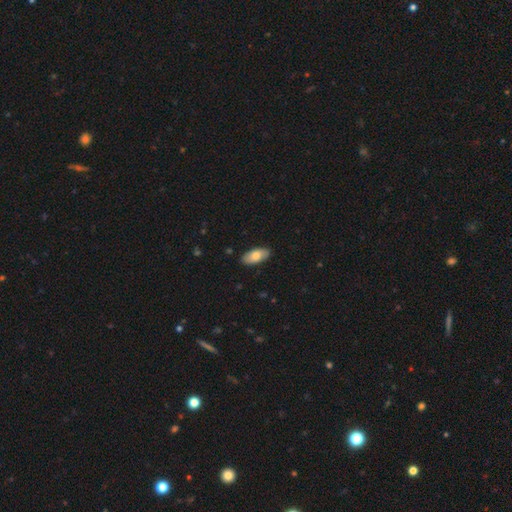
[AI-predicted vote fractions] smooth-or-featured: smooth: 76% | featured or disk: 19% | star or artifact: 6%
  how-rounded: in between: 91% | cigar-shaped: 7% | round: 2%
  merging: none: 89% | minor disturbance: 9% | major disturbance: 2% | merger: 1%